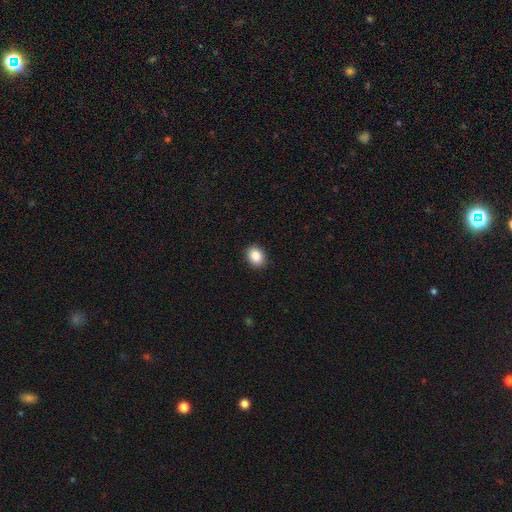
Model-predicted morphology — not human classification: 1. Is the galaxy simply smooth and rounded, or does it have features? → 85% smooth, 9% star or artifact, 6% featured or disk.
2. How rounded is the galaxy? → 51% in between, 48% round, 1% cigar-shaped.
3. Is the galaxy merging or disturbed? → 91% none, 6% minor disturbance, 2% major disturbance, 1% merger.